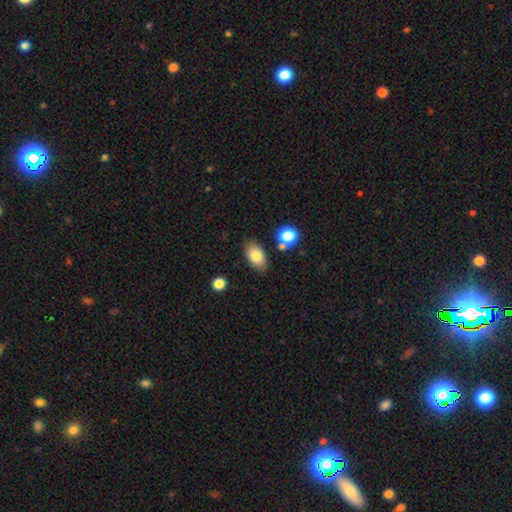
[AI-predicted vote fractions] The model was most divided on "merging": none: 80%, minor disturbance: 12%, merger: 5%, major disturbance: 3%. More confident: how rounded — in between (91%); smooth or featured — smooth (81%).